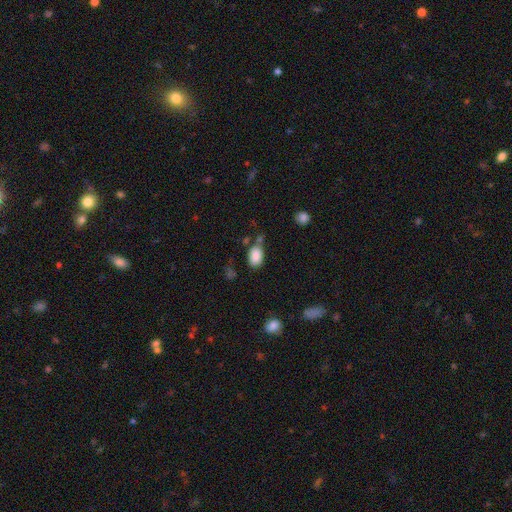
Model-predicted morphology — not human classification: This is clearly a smooth galaxy (87%). How rounded: clearly in between (87%). Merging: likely none (65%).